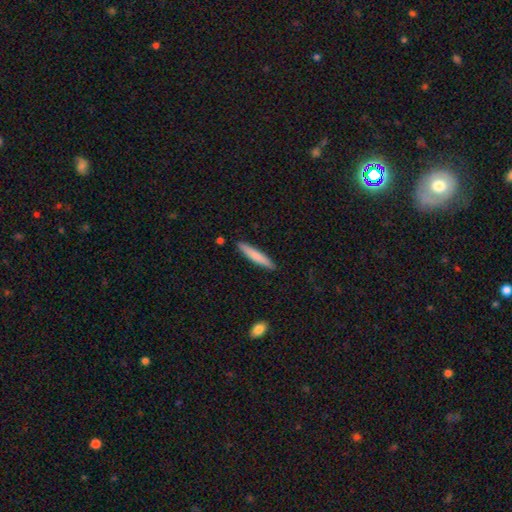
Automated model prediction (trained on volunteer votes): The model was most divided on "smooth or featured": smooth: 76%, featured or disk: 19%, star or artifact: 5%. More confident: how rounded — cigar-shaped (93%); merging — none (90%).